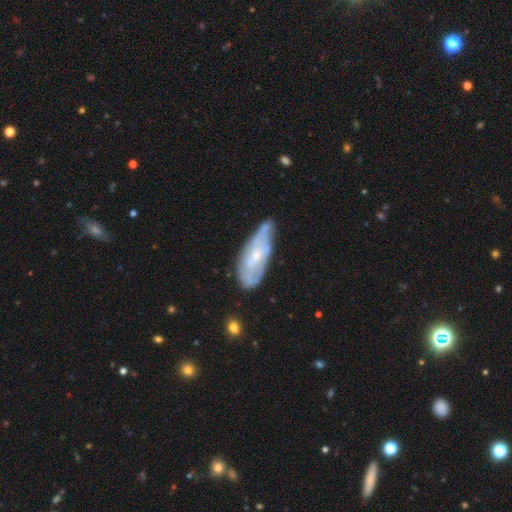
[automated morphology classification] smooth_or_featured: featured or disk (p=0.60) [alt: smooth p=0.33]
disk_edge_on: no (p=0.81) [alt: yes p=0.19]
merging: none (p=0.56) [alt: minor disturbance p=0.31]